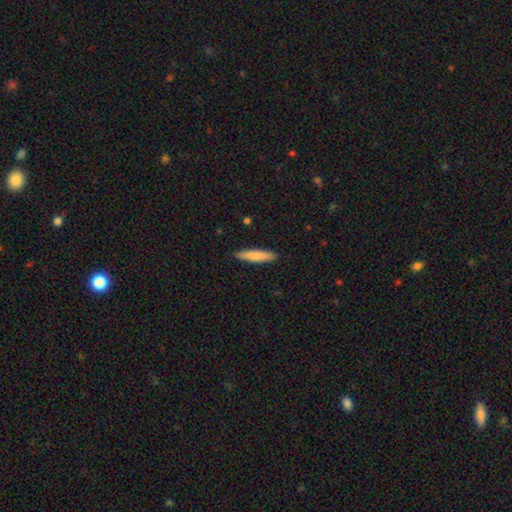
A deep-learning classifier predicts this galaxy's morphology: smooth-or-featured: smooth: 81% | featured or disk: 14% | star or artifact: 5%
  how-rounded: cigar-shaped: 84% | in between: 14% | round: 1%
  merging: none: 90% | minor disturbance: 7% | major disturbance: 2% | merger: 1%